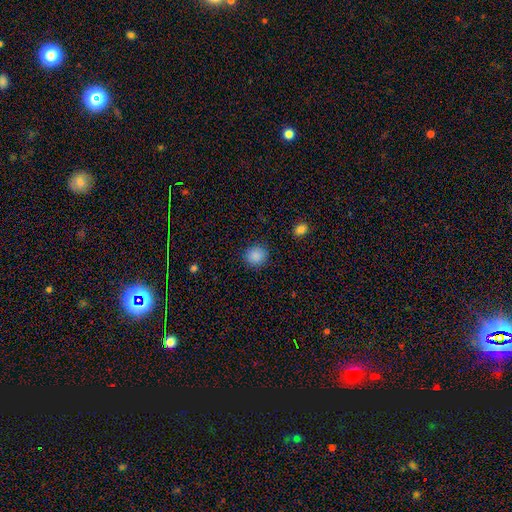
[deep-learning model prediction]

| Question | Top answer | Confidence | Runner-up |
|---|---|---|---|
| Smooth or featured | smooth | 87% | star or artifact (9%) |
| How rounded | round | 88% | in between (12%) |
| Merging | none | 89% | minor disturbance (7%) |